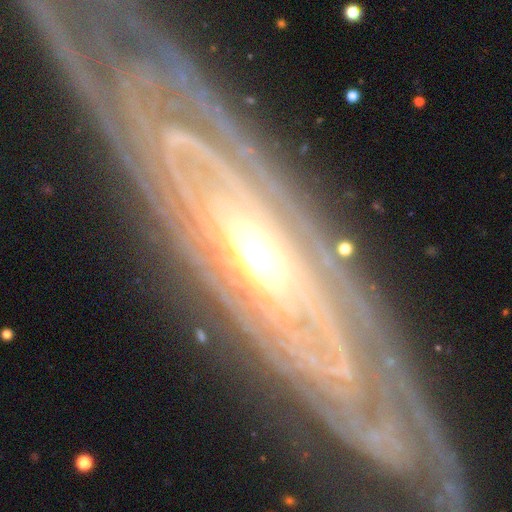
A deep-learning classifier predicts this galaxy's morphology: A featured or disk galaxy (86%) with no bar (70%), tight (76%) spiral arms (86%) and a moderate central bulge (64%). Merging: none (76%).